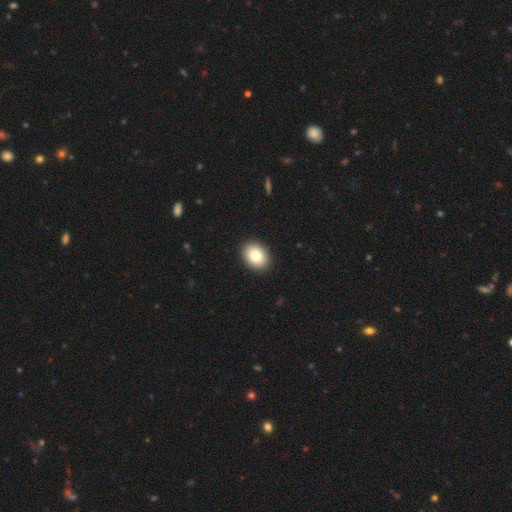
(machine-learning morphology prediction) Smooth or featured? smooth (85%)
How rounded? in between (69%)
Merging? none (91%)